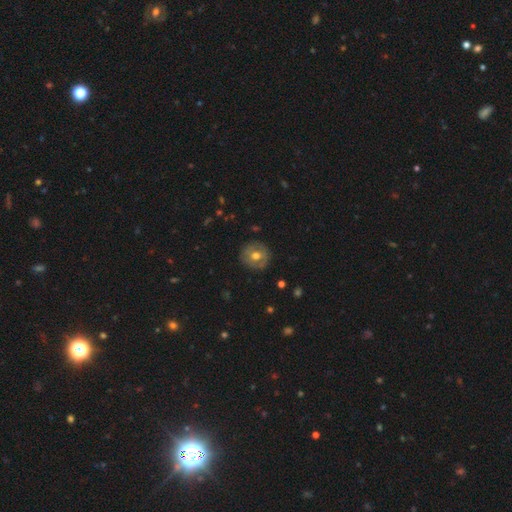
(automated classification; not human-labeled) Smooth or featured?
  - smooth: 52% *
  - featured or disk: 40%
  - star or artifact: 8%
How rounded?
  - round: 90% *
  - in between: 9%
  - cigar-shaped: 1%
Merging?
  - none: 85% *
  - minor disturbance: 11%
  - major disturbance: 3%
  - merger: 1%